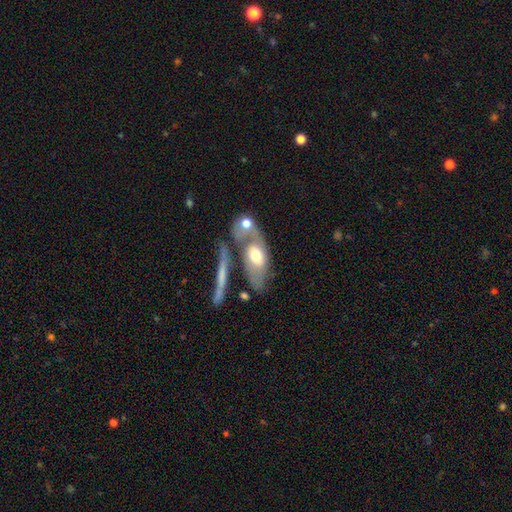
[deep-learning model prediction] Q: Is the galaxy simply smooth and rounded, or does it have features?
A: featured or disk — 47%, tied with smooth.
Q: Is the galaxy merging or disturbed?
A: merger — 41%.